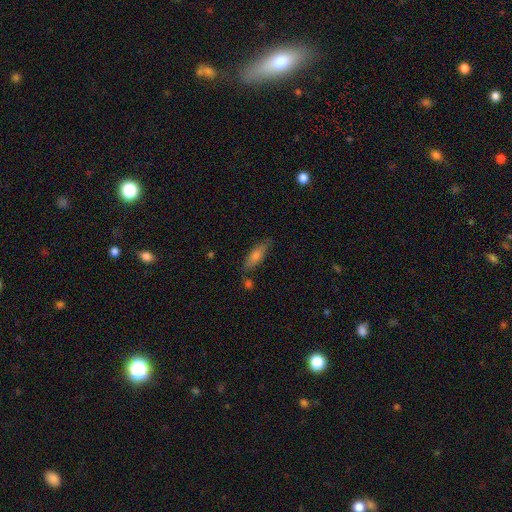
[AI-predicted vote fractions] smooth 64%, featured or disk 27%, star or artifact 9%. Down the decision tree: how rounded — cigar-shaped (53%); merging — none (77%).